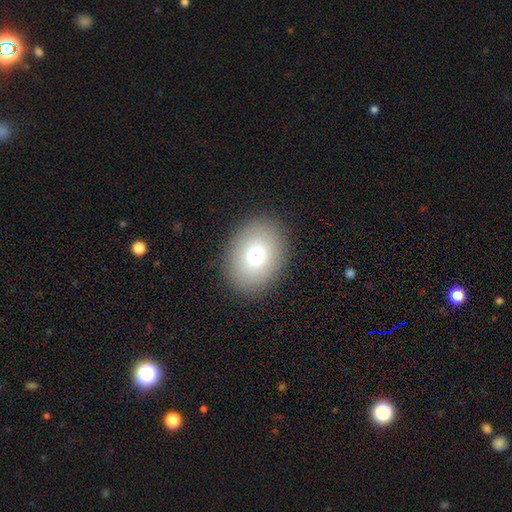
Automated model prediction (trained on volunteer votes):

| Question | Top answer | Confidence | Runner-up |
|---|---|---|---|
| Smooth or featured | smooth | 77% | featured or disk (12%) |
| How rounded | in between | 64% | round (35%) |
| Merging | none | 88% | minor disturbance (8%) |